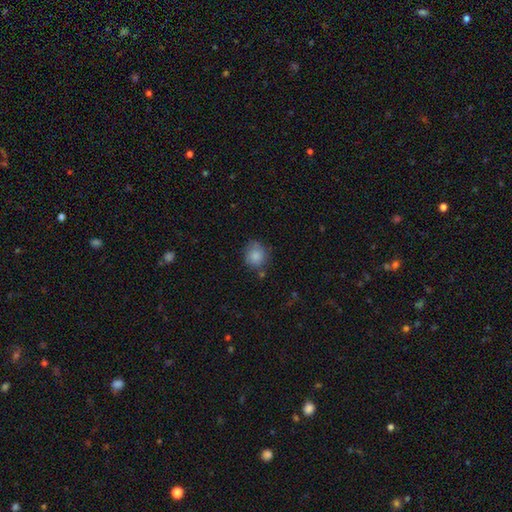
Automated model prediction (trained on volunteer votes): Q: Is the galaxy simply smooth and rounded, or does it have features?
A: smooth — 83%.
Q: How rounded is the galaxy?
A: round — 80%.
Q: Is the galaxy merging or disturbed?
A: none — 66%.